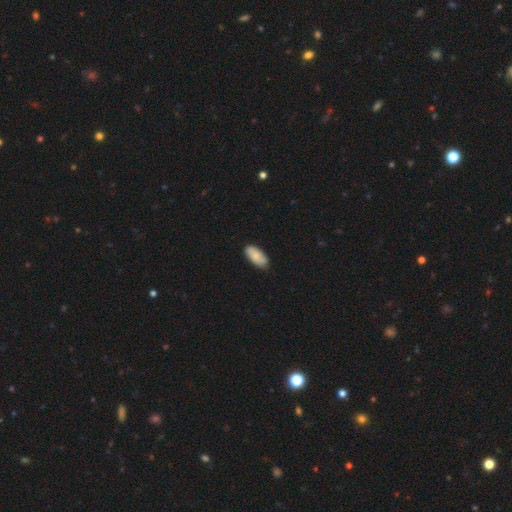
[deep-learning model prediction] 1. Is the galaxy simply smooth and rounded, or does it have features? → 84% smooth, 10% featured or disk, 6% star or artifact.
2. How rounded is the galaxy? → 90% in between, 8% cigar-shaped, 2% round.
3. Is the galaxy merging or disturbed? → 84% none, 13% minor disturbance, 2% major disturbance, 1% merger.